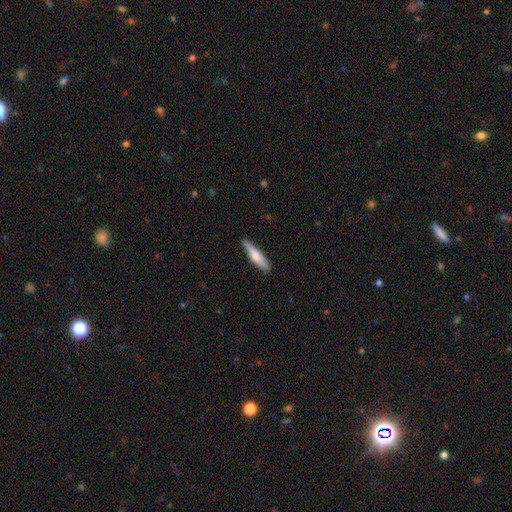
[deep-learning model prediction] Smooth or featured? smooth (61%)
How rounded? cigar-shaped (83%)
Merging? none (83%)